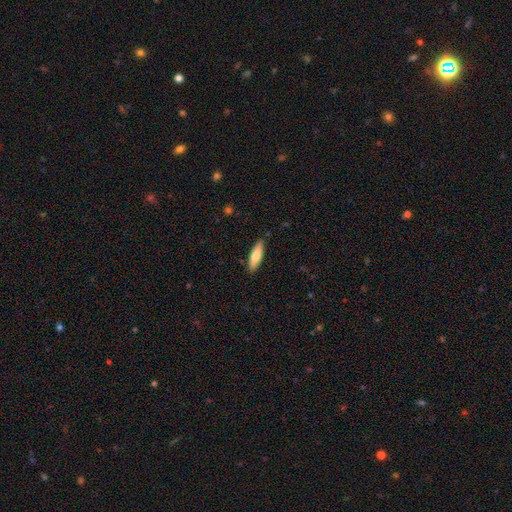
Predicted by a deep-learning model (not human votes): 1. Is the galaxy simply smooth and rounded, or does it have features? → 73% smooth, 21% featured or disk, 6% star or artifact.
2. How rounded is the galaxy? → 61% cigar-shaped, 38% in between, 2% round.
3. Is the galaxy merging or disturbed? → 88% none, 9% minor disturbance, 2% major disturbance, 1% merger.